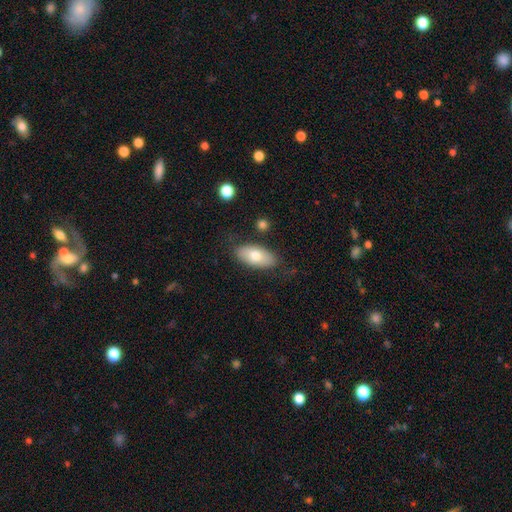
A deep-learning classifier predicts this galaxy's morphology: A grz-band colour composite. It shows a smooth galaxy with no disk features (74%) that is in between round and cigar-shaped (92%). Merging: none (79%).